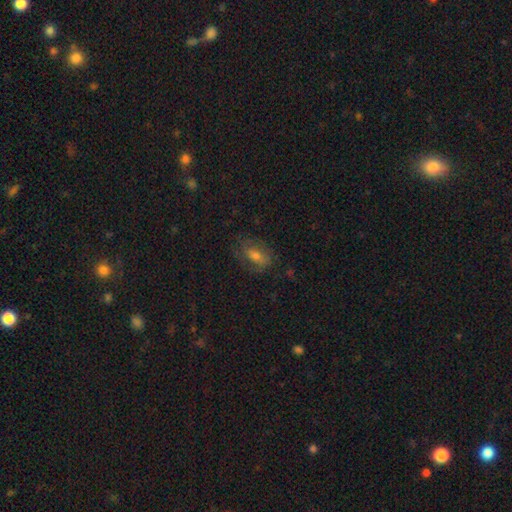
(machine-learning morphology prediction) Smooth or featured? smooth (54%)
How rounded? in between (76%)
Merging? none (69%)